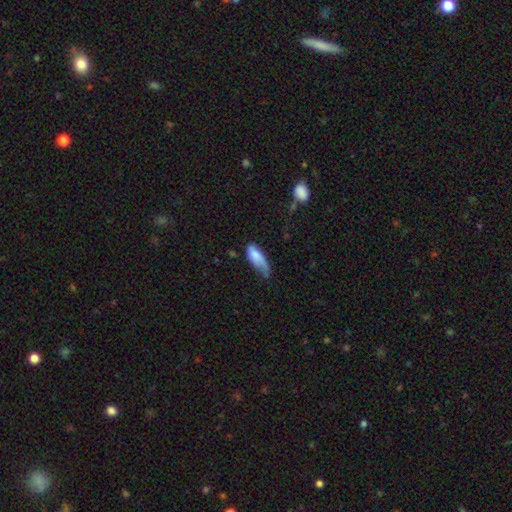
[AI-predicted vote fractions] A smooth galaxy with no disk features (72%) that is in between round and cigar-shaped (74%). Merging: major disturbance (36%, tied with minor disturbance).